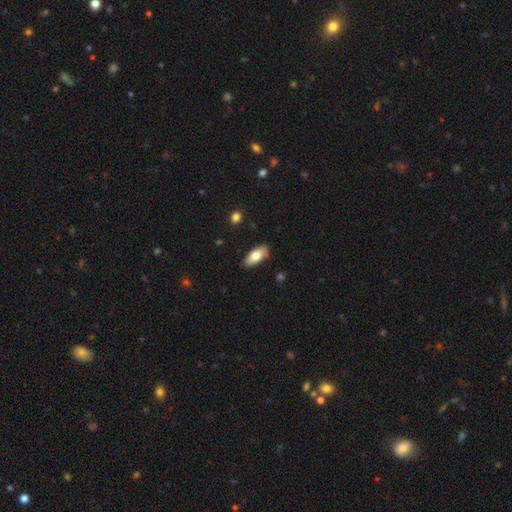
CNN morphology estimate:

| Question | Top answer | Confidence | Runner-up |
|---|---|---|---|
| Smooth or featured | smooth | 78% | featured or disk (15%) |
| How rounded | in between | 87% | cigar-shaped (11%) |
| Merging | none | 81% | minor disturbance (15%) |